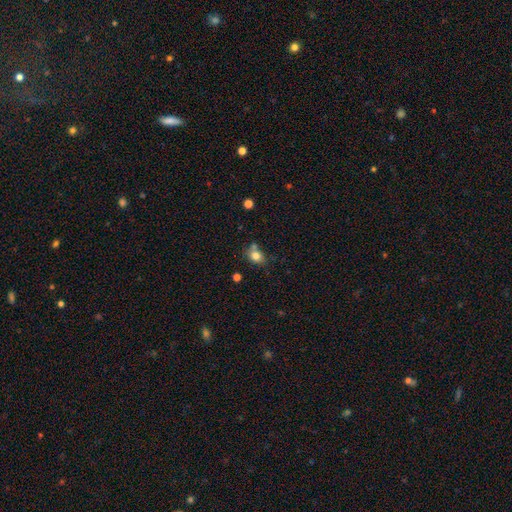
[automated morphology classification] This appears to be a smooth galaxy with no disk features (79%) that is in between round and cigar-shaped (55%). Merging: none (59%).